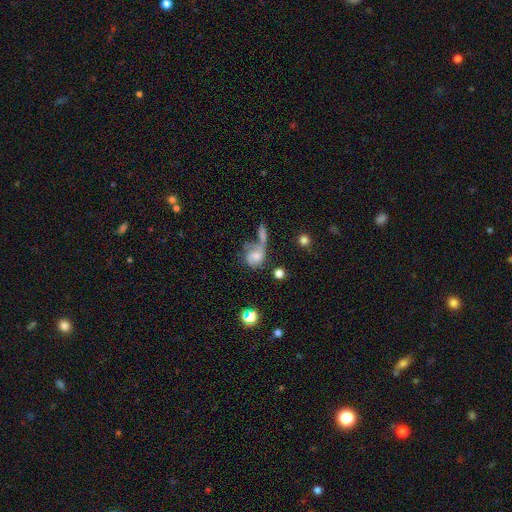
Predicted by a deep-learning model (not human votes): smooth_or_featured: featured or disk (p=0.45) [alt: smooth p=0.44]
merging: merger (p=0.39) [alt: none p=0.25]